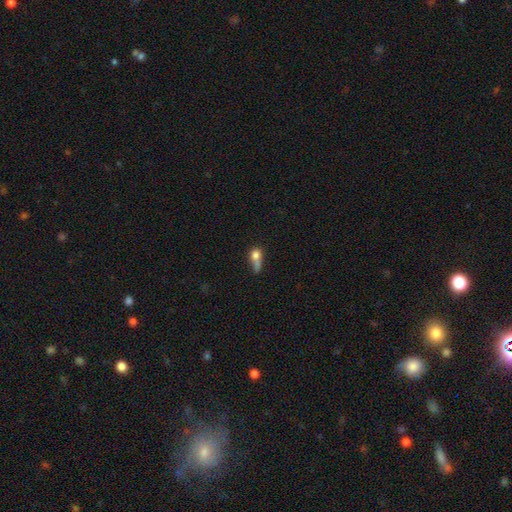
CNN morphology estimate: A smooth galaxy with no disk features (70%) that is in between round and cigar-shaped (45%).

Vote fractions:
- Smooth or featured? smooth: 70% / featured or disk: 18% / star or artifact: 11%
- How rounded? in between: 45% / round: 44% / cigar-shaped: 11%
- Merging? major disturbance: 30% / none: 25% / merger: 23% / minor disturbance: 22%